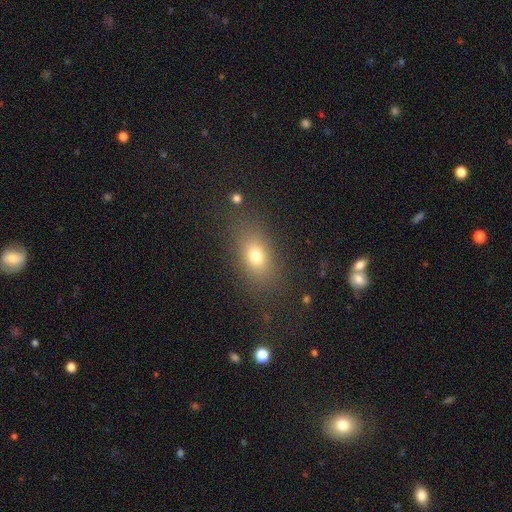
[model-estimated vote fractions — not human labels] Q: Smooth or featured?
A: smooth (73%); runner-up: star or artifact (14%)
Q: How rounded?
A: in between (76%); runner-up: round (20%)
Q: Merging?
A: none (81%); runner-up: minor disturbance (11%)